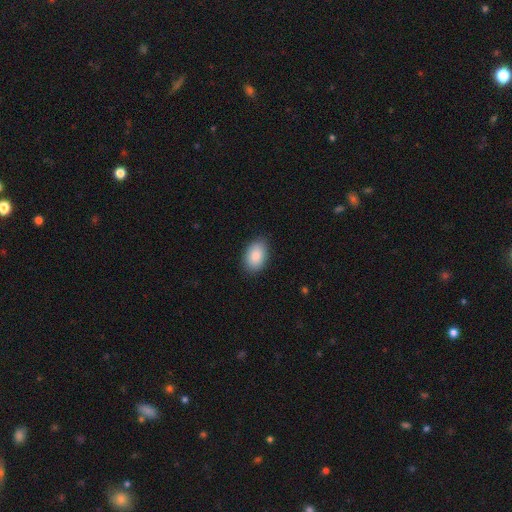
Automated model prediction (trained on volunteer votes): smooth-or-featured: smooth: 87% | star or artifact: 7% | featured or disk: 6%
  how-rounded: in between: 88% | round: 11% | cigar-shaped: 1%
  merging: none: 86% | minor disturbance: 10% | major disturbance: 2% | merger: 1%